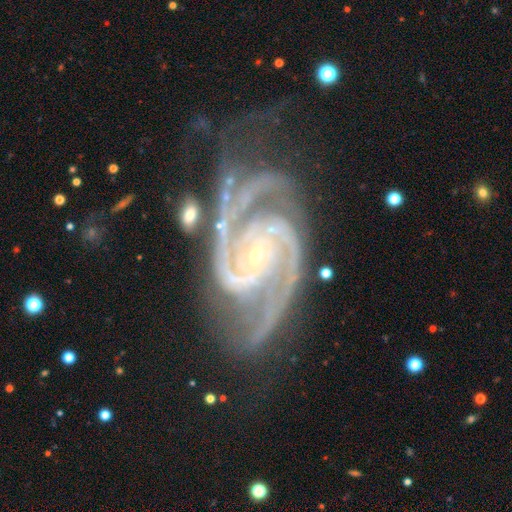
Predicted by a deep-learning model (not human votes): A featured or disk galaxy (93%) with no bar (56%), 2 (51%) tight (55%) spiral arms (99%) and a small central bulge (86%).

Vote fractions:
- Smooth or featured? featured or disk: 93% / star or artifact: 5% / smooth: 2%
- Edge-on disk? no: 98% / yes: 2%
- Bar? no: 56% / weak: 26% / strong: 18%
- Spiral arms? yes: 99% / no: 1%
- Spiral winding? tight: 55% / medium: 40% / loose: 5%
- Spiral arm count? 2: 51% / 3: 25% / 4: 7% / can't tell: 6% / more than 4: 5% / 1: 5%
- Bulge size? small: 86% / moderate: 10% / none: 2% / large: 1% / dominant: 1%
- Merging? none: 56% / minor disturbance: 24% / major disturbance: 16% / merger: 5%